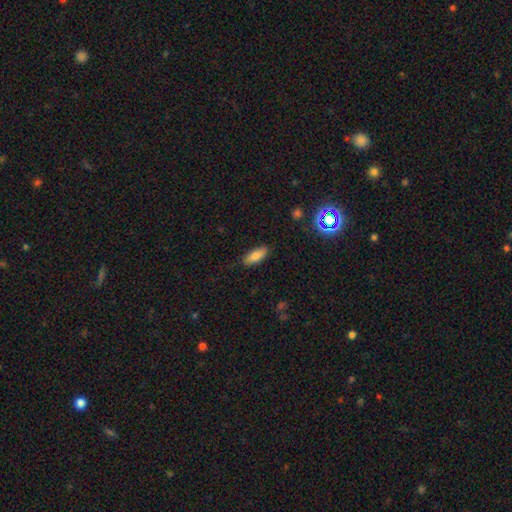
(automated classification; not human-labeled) Morphology: type=smooth (81%); roundness=in between (76%); merging=none (85%).